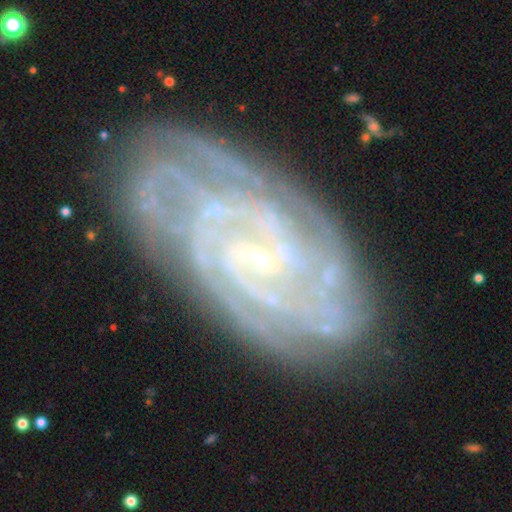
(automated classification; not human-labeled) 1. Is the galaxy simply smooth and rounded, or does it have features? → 88% featured or disk, 6% star or artifact, 6% smooth.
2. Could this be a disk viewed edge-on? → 96% no, 4% yes.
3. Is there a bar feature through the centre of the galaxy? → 45% weak, 37% no, 18% strong.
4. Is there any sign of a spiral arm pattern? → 98% yes, 2% no.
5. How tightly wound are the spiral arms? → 75% tight, 21% medium, 4% loose.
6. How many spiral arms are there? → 26% can't tell, 20% 4, 17% 3, 17% 2, 12% more than 4, 8% 1.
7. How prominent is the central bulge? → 78% small, 13% moderate, 7% none, 1% large, 1% dominant.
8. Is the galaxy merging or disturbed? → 79% none, 15% minor disturbance, 5% major disturbance, 2% merger.